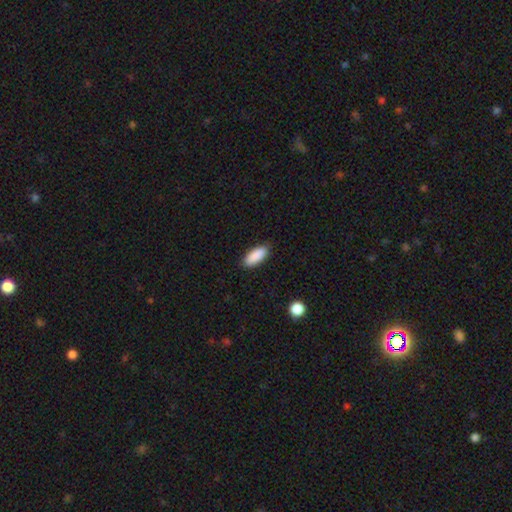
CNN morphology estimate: Smooth or featured? smooth (90%)
How rounded? in between (80%)
Merging? none (87%)